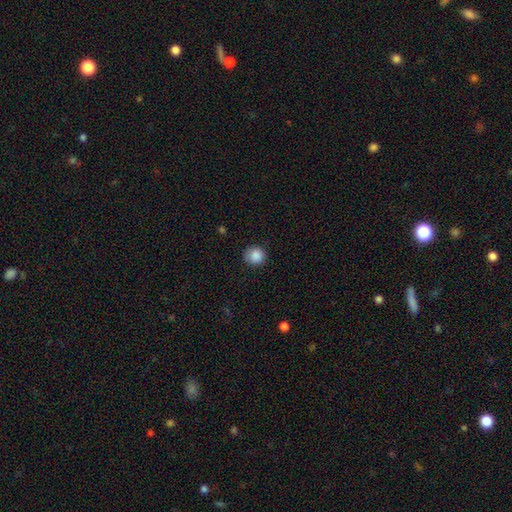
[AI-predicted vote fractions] Smooth or featured? Predicted: smooth (p=0.87). How rounded? Predicted: round (p=0.86). Merging? Predicted: none (p=0.81).